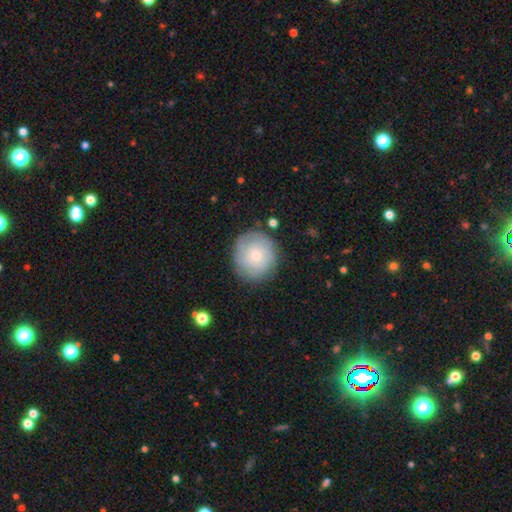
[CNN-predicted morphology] Smooth or featured? smooth (51%)
How rounded? round (91%)
Merging? none (80%)